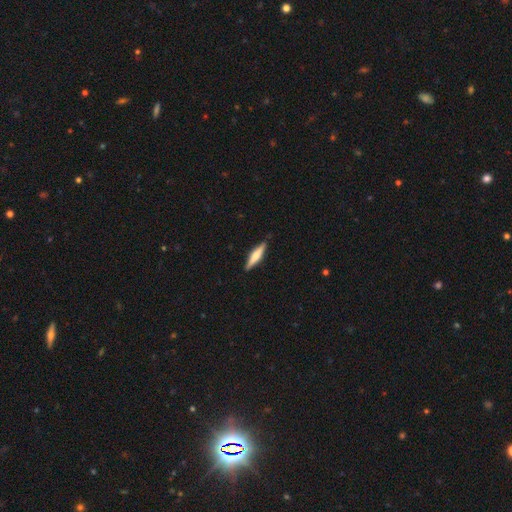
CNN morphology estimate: Smooth or featured? featured or disk (47%, tied with smooth)
Merging? none (88%)